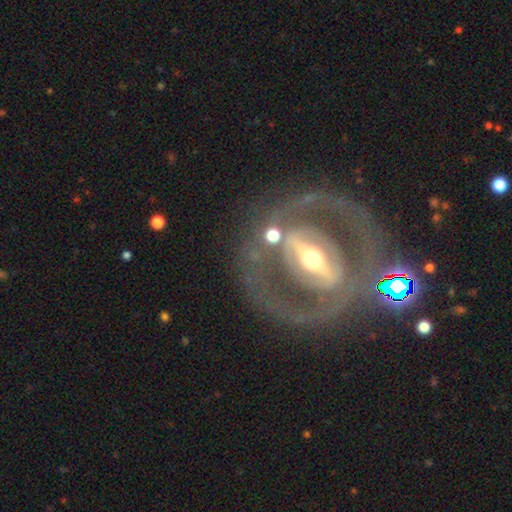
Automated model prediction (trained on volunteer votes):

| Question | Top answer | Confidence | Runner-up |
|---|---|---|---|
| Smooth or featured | featured or disk | 83% | smooth (11%) |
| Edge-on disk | no | 90% | yes (10%) |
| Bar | strong | 67% | weak (20%) |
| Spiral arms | yes | 53% | no (47%) |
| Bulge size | moderate | 58% | small (32%) |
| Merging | none | 68% | minor disturbance (13%) |